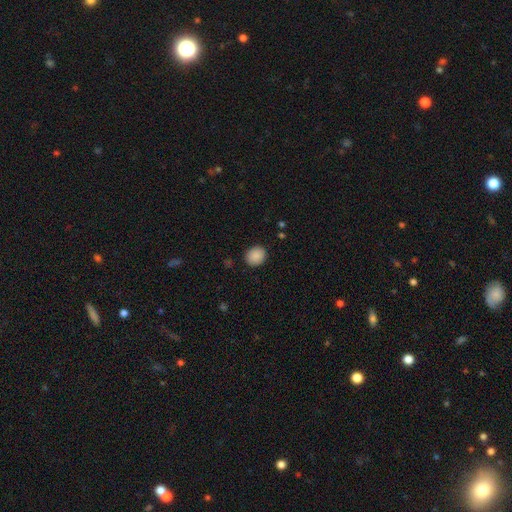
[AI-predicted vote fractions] smooth-or-featured: smooth: 88% | star or artifact: 8% | featured or disk: 3%
  how-rounded: round: 72% | in between: 27% | cigar-shaped: 1%
  merging: none: 89% | minor disturbance: 7% | major disturbance: 2% | merger: 1%